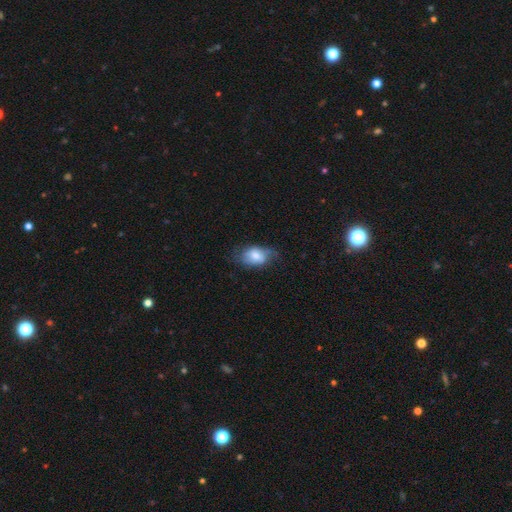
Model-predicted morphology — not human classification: Smooth or featured?
  - smooth: 64% *
  - featured or disk: 28%
  - star or artifact: 7%
How rounded?
  - in between: 85% *
  - round: 13%
  - cigar-shaped: 2%
Merging?
  - none: 54% *
  - minor disturbance: 31%
  - major disturbance: 14%
  - merger: 1%